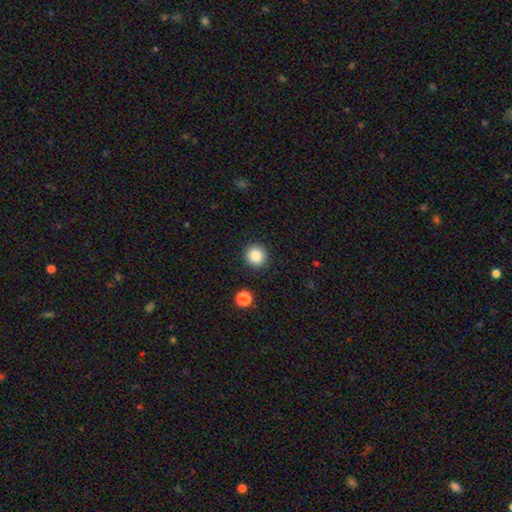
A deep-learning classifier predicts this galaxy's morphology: This appears to be a smooth galaxy with no disk features (86%) that is round (92%). Merging: none (91%).